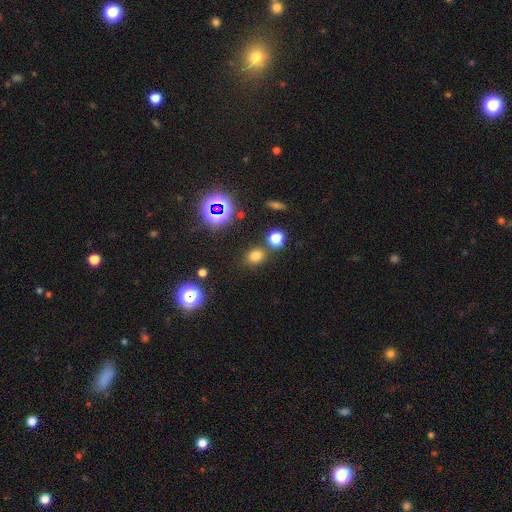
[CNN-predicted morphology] A smooth galaxy with no disk features (69%) that is round (58%).

Vote fractions:
- Smooth or featured? smooth: 69% / star or artifact: 24% / featured or disk: 7%
- How rounded? round: 58% / in between: 41% / cigar-shaped: 1%
- Merging? none: 75% / merger: 11% / minor disturbance: 10% / major disturbance: 4%